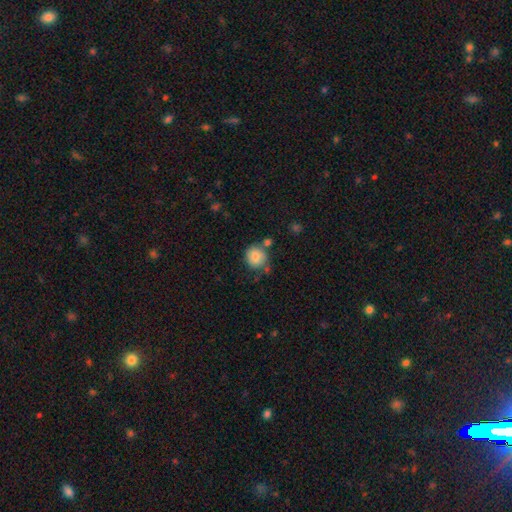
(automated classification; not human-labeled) This is clearly a smooth galaxy (83%). How rounded: clearly round (86%). Merging: likely none (64%).